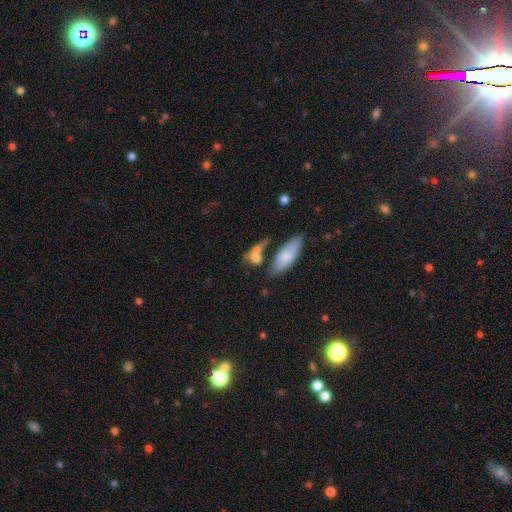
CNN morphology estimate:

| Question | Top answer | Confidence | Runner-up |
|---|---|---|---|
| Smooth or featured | smooth | 71% | featured or disk (20%) |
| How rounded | in between | 61% | round (26%) |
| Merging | none | 39% | merger (37%) |